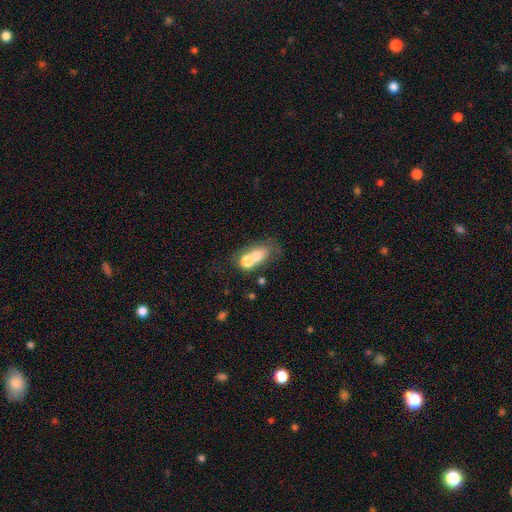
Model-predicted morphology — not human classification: smooth-or-featured: smooth: 68% | featured or disk: 22% | star or artifact: 11%
  how-rounded: in between: 61% | round: 36% | cigar-shaped: 4%
  merging: merger: 60% | none: 24% | minor disturbance: 9% | major disturbance: 7%